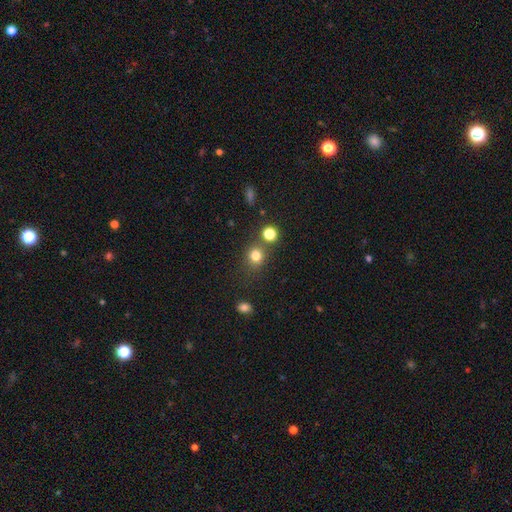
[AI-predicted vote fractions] Smooth or featured?
  - smooth: 78% *
  - star or artifact: 15%
  - featured or disk: 6%
How rounded?
  - round: 80% *
  - in between: 19%
  - cigar-shaped: 1%
Merging?
  - none: 71% *
  - merger: 13%
  - minor disturbance: 11%
  - major disturbance: 5%